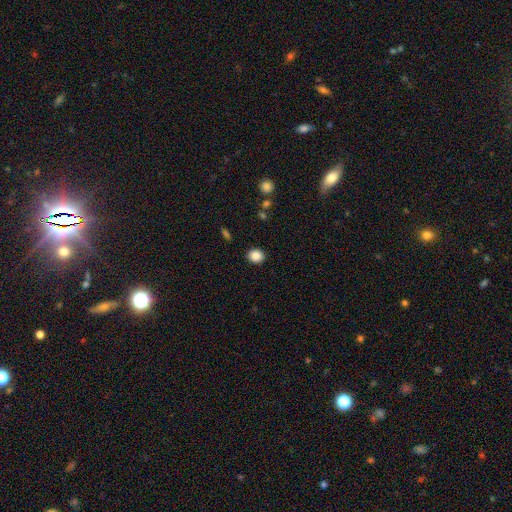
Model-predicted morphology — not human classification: Overall: smooth (88%). How rounded: round (69%; in between 30%). Merging: none (90%).